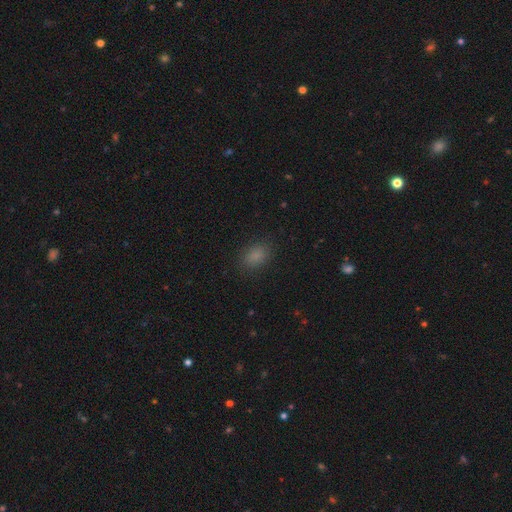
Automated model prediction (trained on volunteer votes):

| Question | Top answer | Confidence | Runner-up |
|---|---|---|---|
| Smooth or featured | smooth | 83% | star or artifact (13%) |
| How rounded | in between | 78% | round (20%) |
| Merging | none | 85% | minor disturbance (10%) |